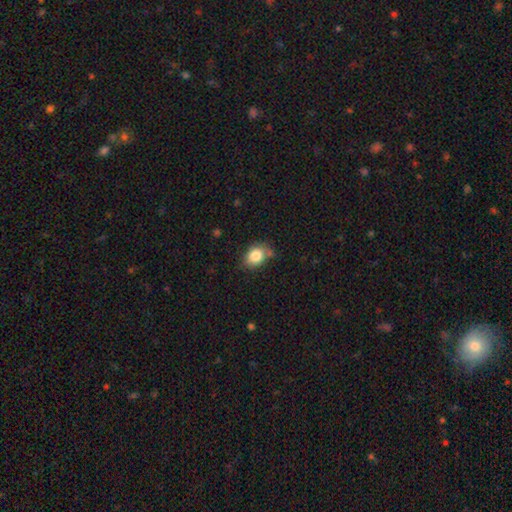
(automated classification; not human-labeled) smooth_or_featured: smooth (p=0.83) [alt: star or artifact p=0.09]
how_rounded: in between (p=0.62) [alt: round p=0.37]
merging: none (p=0.64) [alt: minor disturbance p=0.25]